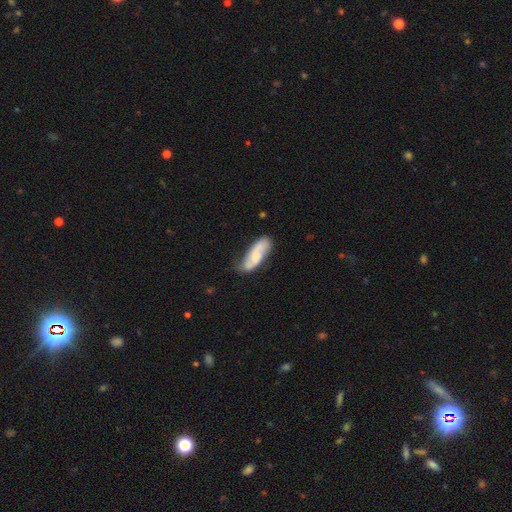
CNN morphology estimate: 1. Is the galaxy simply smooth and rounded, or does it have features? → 52% featured or disk, 42% smooth, 6% star or artifact.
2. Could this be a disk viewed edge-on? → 88% no, 12% yes.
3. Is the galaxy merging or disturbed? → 64% none, 26% minor disturbance, 6% major disturbance, 3% merger.